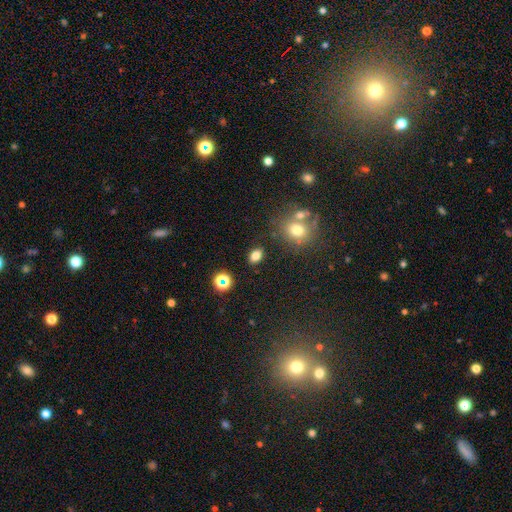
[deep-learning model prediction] A smooth galaxy with no disk features (79%) that is in between round and cigar-shaped (78%).

Vote fractions:
- Smooth or featured? smooth: 79% / star or artifact: 14% / featured or disk: 7%
- How rounded? in between: 78% / round: 20% / cigar-shaped: 2%
- Merging? none: 83% / minor disturbance: 10% / merger: 4% / major disturbance: 3%